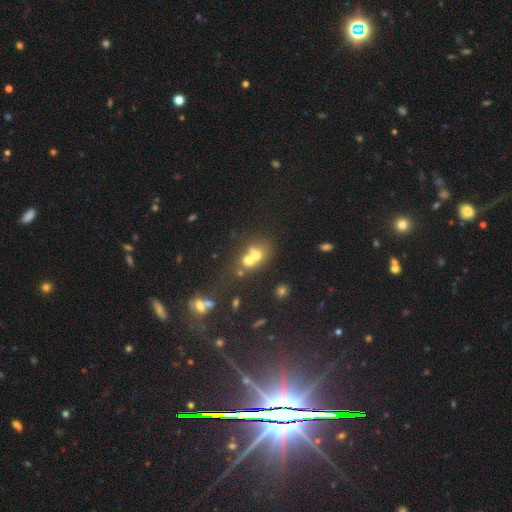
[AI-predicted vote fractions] Q: Smooth or featured?
A: smooth (56%); runner-up: featured or disk (25%)
Q: How rounded?
A: round (65%); runner-up: in between (33%)
Q: Merging?
A: merger (61%); runner-up: none (26%)